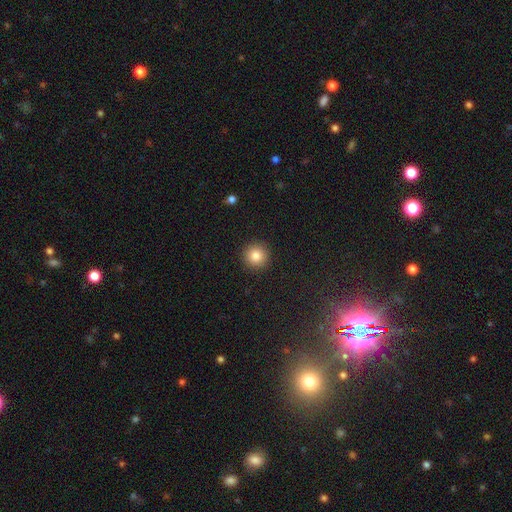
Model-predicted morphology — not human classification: A smooth galaxy with no disk features (85%) that is round (95%).

Vote fractions:
- Smooth or featured? smooth: 85% / star or artifact: 10% / featured or disk: 5%
- How rounded? round: 95% / in between: 4% / cigar-shaped: 1%
- Merging? none: 92% / minor disturbance: 5% / major disturbance: 2% / merger: 1%